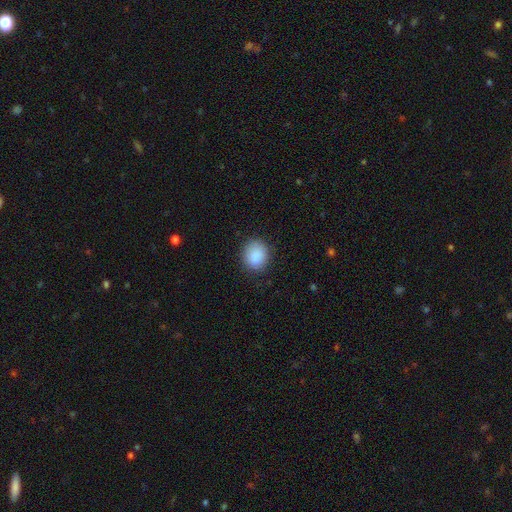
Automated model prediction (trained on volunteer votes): Morphology: type=smooth (89%); roundness=round (70%); merging=none (87%).